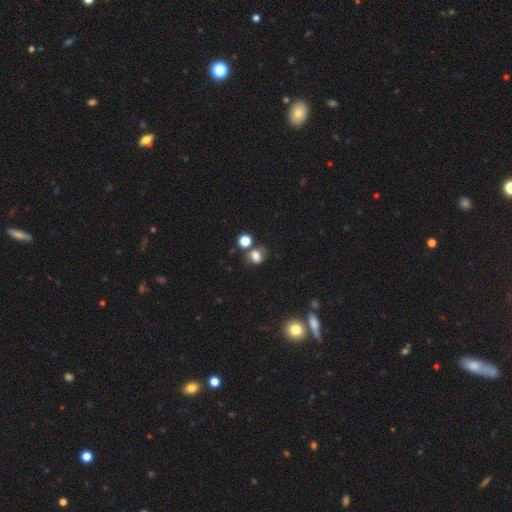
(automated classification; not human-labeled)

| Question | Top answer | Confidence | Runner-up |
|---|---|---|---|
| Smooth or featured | smooth | 75% | star or artifact (15%) |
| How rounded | round | 64% | in between (35%) |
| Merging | none | 55% | merger (21%) |